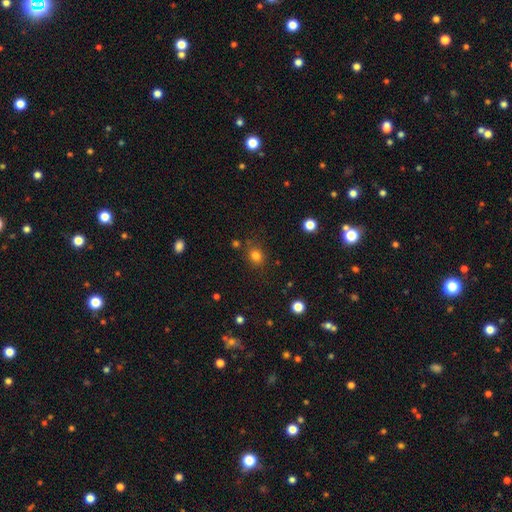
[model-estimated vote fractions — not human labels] This appears to be a smooth galaxy with no disk features (80%) that is round (71%). Merging: none (79%).